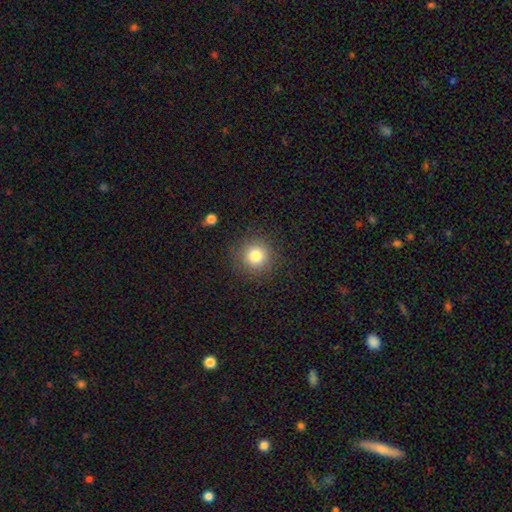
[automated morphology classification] smooth-or-featured: smooth: 80% | star or artifact: 13% | featured or disk: 7%
  how-rounded: round: 94% | in between: 5% | cigar-shaped: 1%
  merging: none: 88% | minor disturbance: 8% | major disturbance: 3% | merger: 1%